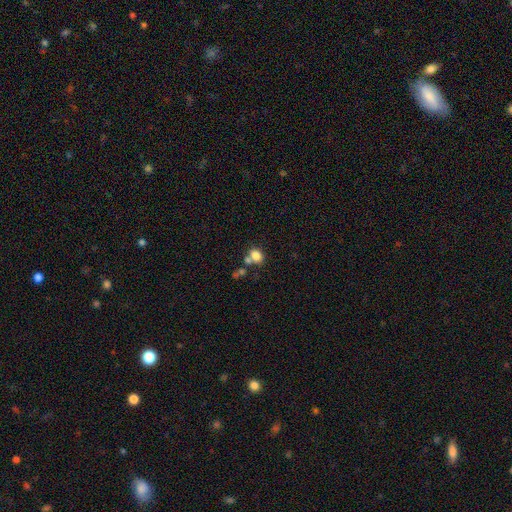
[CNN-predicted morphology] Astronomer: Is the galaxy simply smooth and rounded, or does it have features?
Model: smooth — 80%.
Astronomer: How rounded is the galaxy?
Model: in between — 52% (runner-up: round, 47%).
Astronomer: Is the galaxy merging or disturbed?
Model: none — 53% (runner-up: merger, 30%).